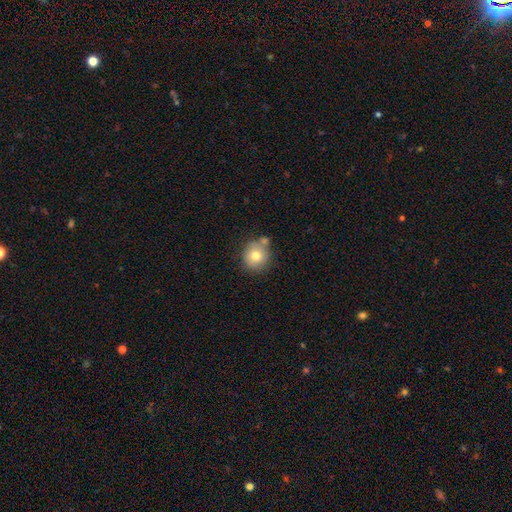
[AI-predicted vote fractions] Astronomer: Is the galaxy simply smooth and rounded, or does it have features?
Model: smooth — 76%.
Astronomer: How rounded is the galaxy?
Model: round — 88%.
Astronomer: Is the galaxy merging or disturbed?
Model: none — 64%.